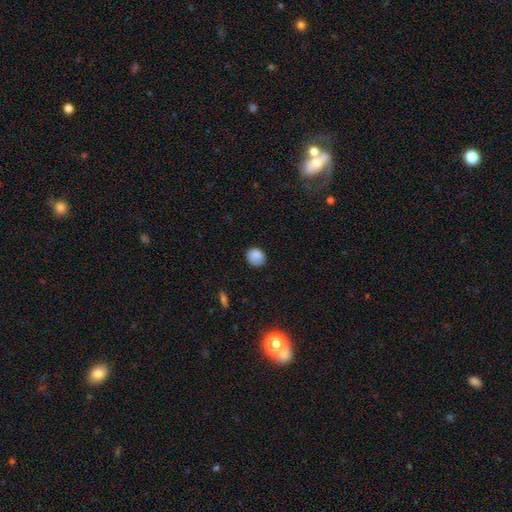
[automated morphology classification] type=smooth (85%); roundness=round (67%); merging=none (77%).